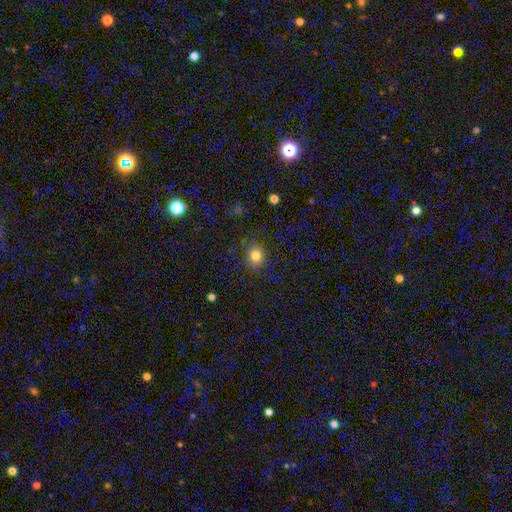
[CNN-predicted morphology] smooth_or_featured: smooth (p=0.80) [alt: star or artifact p=0.12]
how_rounded: round (p=0.77) [alt: in between p=0.22]
merging: none (p=0.81) [alt: minor disturbance p=0.12]